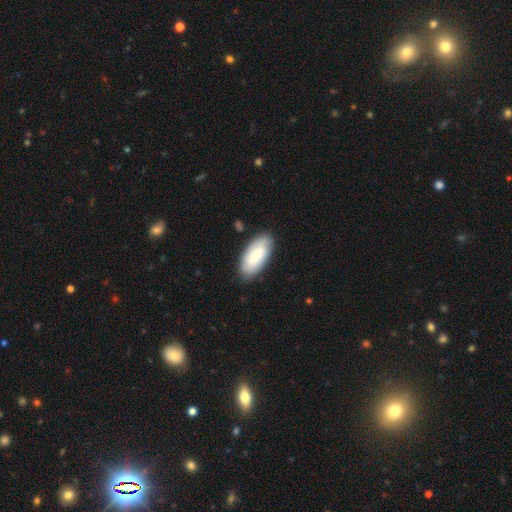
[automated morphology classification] This appears to be a smooth galaxy with no disk features (76%) that is in between round and cigar-shaped (91%). Merging: none (83%).